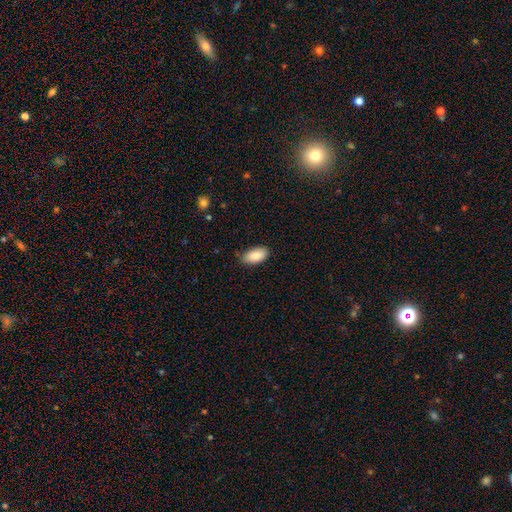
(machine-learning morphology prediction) smooth-or-featured: smooth: 88% | star or artifact: 6% | featured or disk: 6%
  how-rounded: in between: 94% | cigar-shaped: 4% | round: 2%
  merging: none: 80% | minor disturbance: 17% | major disturbance: 2% | merger: 1%